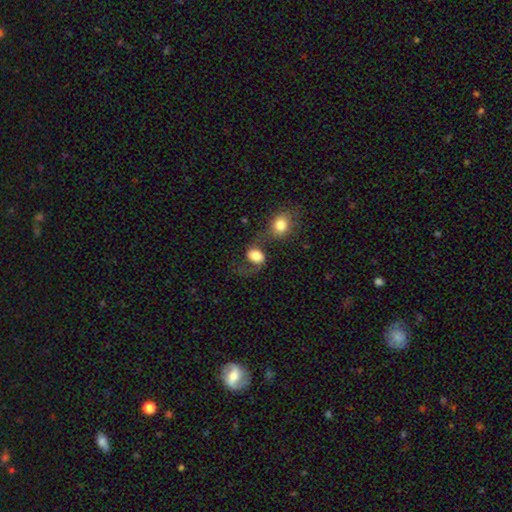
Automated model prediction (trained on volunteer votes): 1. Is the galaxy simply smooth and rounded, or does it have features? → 70% smooth, 21% featured or disk, 9% star or artifact.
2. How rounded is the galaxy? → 59% in between, 39% round, 2% cigar-shaped.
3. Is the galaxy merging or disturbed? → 32% merger, 31% none, 20% major disturbance, 17% minor disturbance.